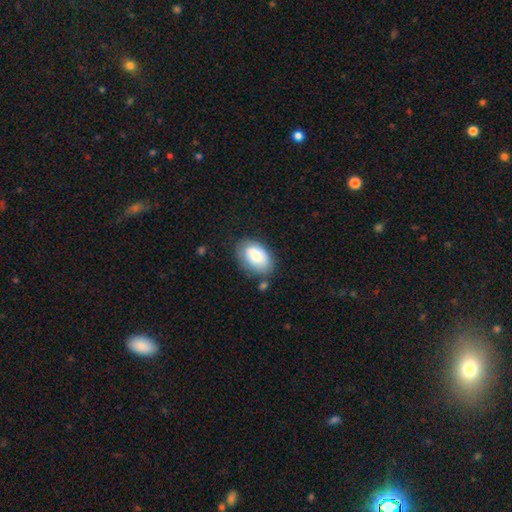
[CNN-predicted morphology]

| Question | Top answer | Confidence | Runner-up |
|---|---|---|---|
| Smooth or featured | smooth | 75% | featured or disk (18%) |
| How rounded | in between | 91% | round (8%) |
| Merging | none | 71% | minor disturbance (19%) |